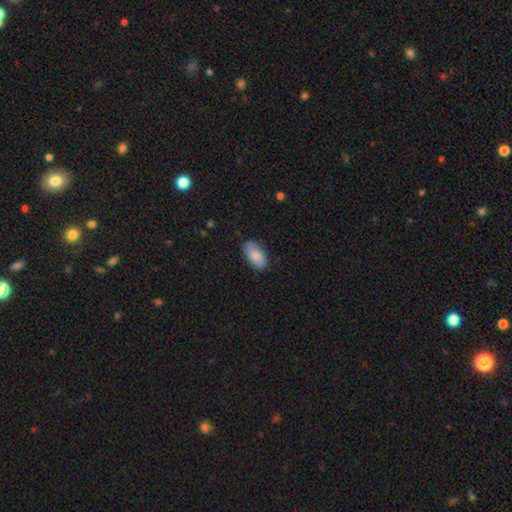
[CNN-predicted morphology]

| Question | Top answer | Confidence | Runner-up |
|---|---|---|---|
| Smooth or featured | smooth | 81% | featured or disk (12%) |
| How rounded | in between | 94% | round (3%) |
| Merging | none | 77% | minor disturbance (18%) |